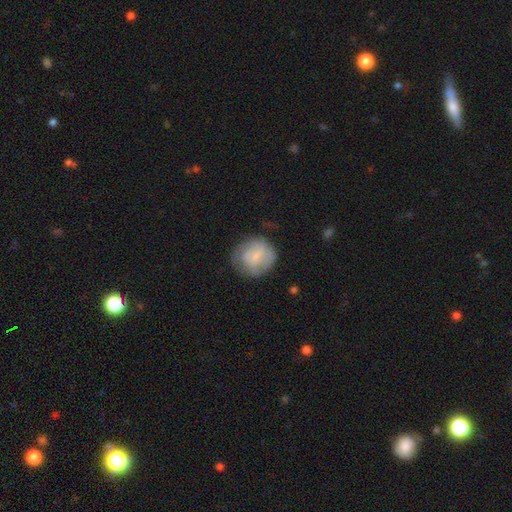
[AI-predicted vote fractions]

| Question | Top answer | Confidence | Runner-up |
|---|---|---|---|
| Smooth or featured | smooth | 63% | featured or disk (30%) |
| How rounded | round | 84% | in between (15%) |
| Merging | none | 62% | minor disturbance (24%) |